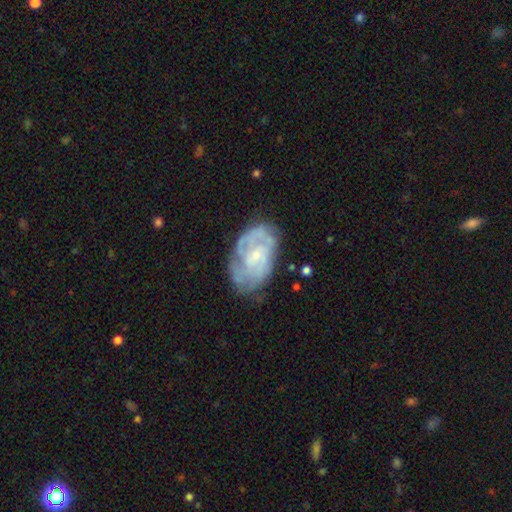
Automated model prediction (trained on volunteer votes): Smooth or featured? Predicted: featured or disk (p=0.75). Edge-on disk? Predicted: no (p=0.97). Bar? Predicted: no (p=0.59). Spiral arms? Predicted: yes (p=0.82). Spiral winding? Predicted: tight (p=0.57). Spiral arm count? Predicted: can't tell (p=0.48). Bulge size? Predicted: small (p=0.67). Merging? Predicted: none (p=0.64).